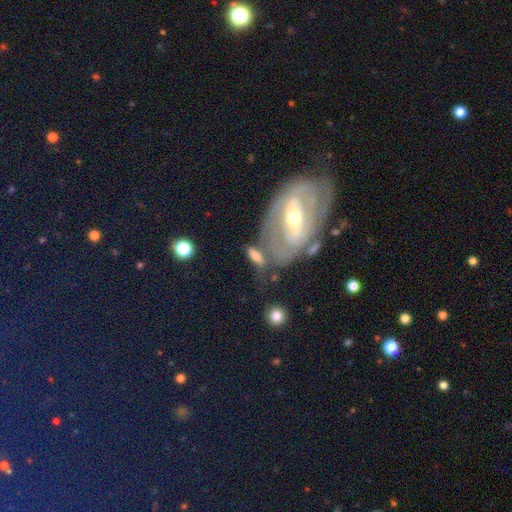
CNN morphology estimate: Smooth or featured? Predicted: smooth (p=0.53). How rounded? Predicted: in between (p=0.69). Merging? Predicted: none (p=0.48).